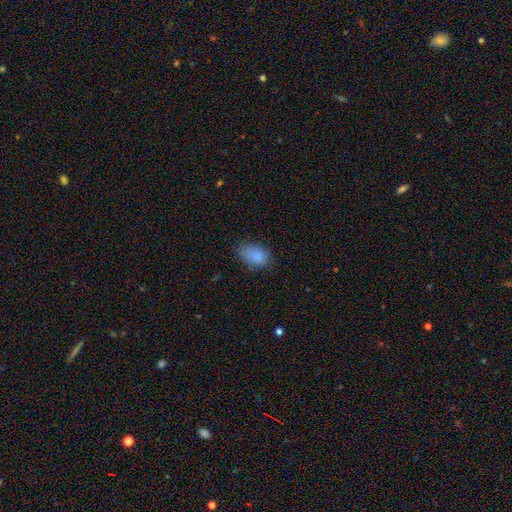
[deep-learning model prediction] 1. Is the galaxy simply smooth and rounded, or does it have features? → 86% smooth, 9% star or artifact, 5% featured or disk.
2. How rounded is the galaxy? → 90% in between, 8% round, 2% cigar-shaped.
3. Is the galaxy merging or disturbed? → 74% none, 20% minor disturbance, 5% major disturbance, 1% merger.